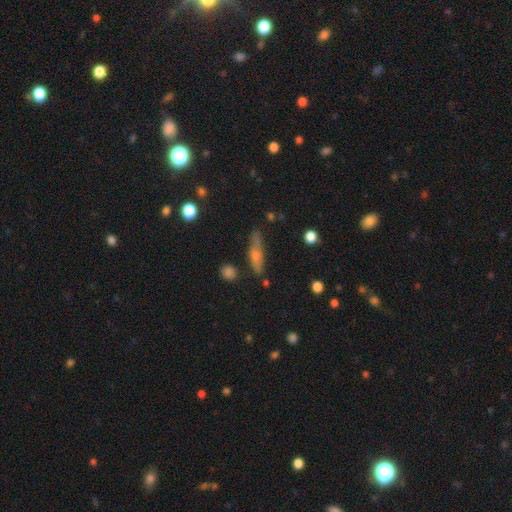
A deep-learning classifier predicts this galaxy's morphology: Q: Smooth or featured?
A: smooth (50%); runner-up: featured or disk (37%)
Q: Merging?
A: none (72%); runner-up: minor disturbance (19%)